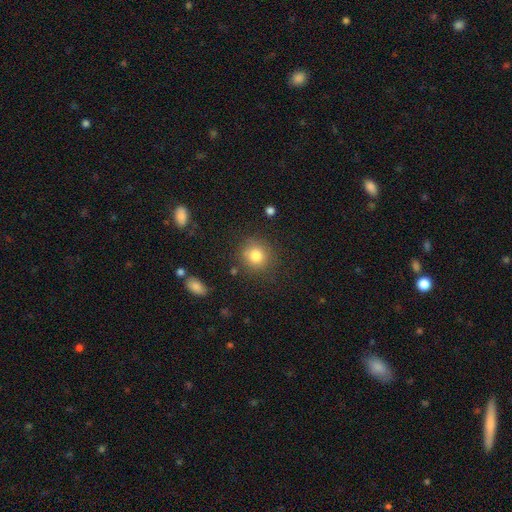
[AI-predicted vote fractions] Smooth or featured? Predicted: smooth (p=0.81). How rounded? Predicted: round (p=0.88). Merging? Predicted: none (p=0.83).